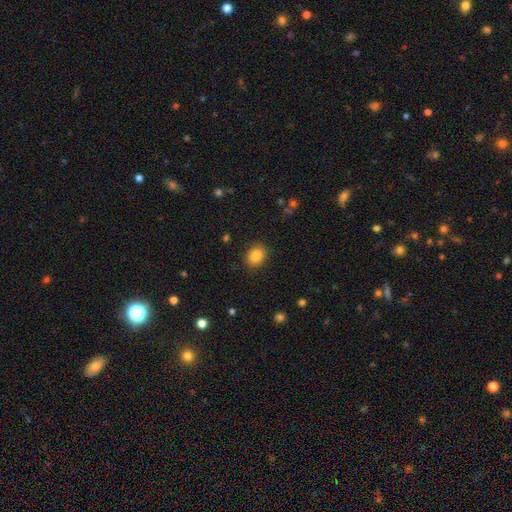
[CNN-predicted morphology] Q: Smooth or featured?
A: smooth (85%); runner-up: star or artifact (10%)
Q: How rounded?
A: round (55%); runner-up: in between (44%)
Q: Merging?
A: none (88%); runner-up: minor disturbance (8%)